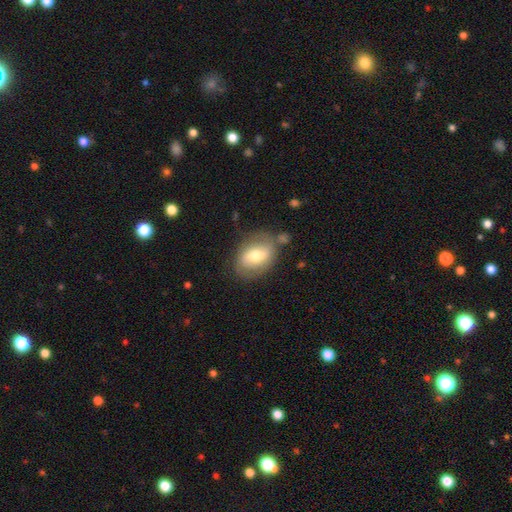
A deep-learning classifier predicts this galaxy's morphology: Smooth or featured? Predicted: smooth (p=0.55). How rounded? Predicted: in between (p=0.67). Merging? Predicted: none (p=0.67).